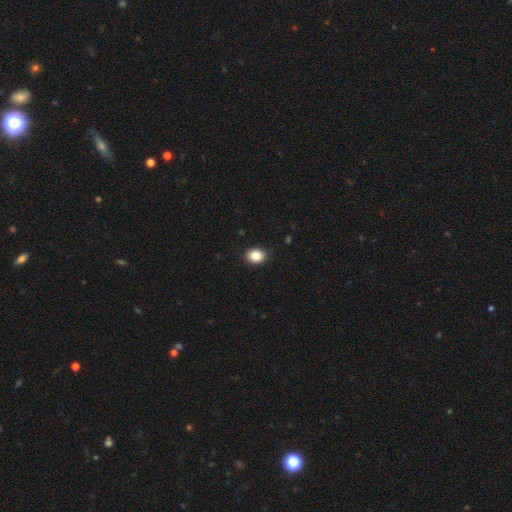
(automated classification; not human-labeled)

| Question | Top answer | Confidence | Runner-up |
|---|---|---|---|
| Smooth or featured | smooth | 86% | star or artifact (9%) |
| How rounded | round | 59% | in between (40%) |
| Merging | none | 89% | minor disturbance (8%) |